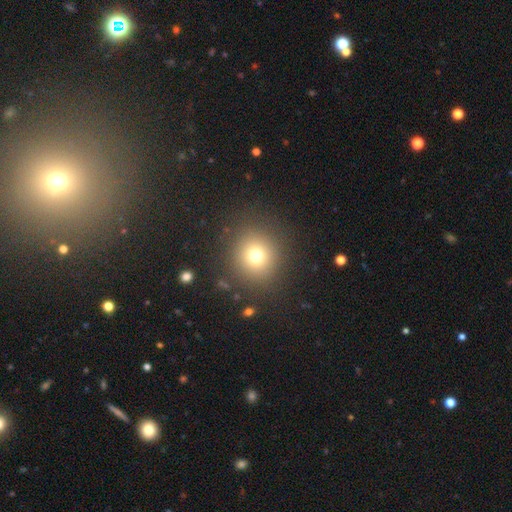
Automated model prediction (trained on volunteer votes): Q: Smooth or featured?
A: smooth (72%); runner-up: star or artifact (17%)
Q: How rounded?
A: round (91%); runner-up: in between (8%)
Q: Merging?
A: none (87%); runner-up: minor disturbance (7%)